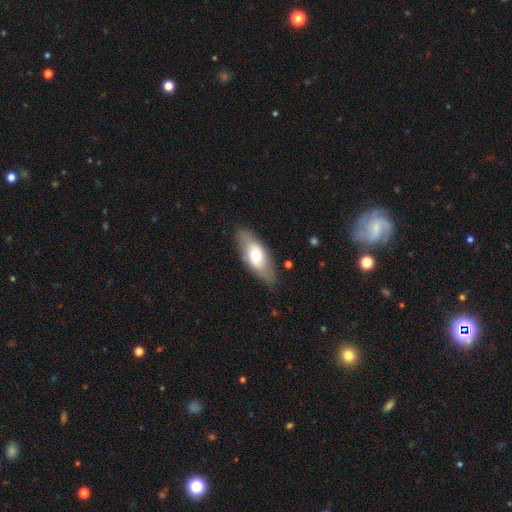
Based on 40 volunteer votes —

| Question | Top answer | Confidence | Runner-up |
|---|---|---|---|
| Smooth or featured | featured or disk | 57% | smooth (38%) |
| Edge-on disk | no | 57% | yes (43%) |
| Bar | no | 62% | weak (23%) |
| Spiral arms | no | 62% | yes (38%) |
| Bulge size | moderate | 46% | large (23%) |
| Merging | none | 87% | minor disturbance (11%) |